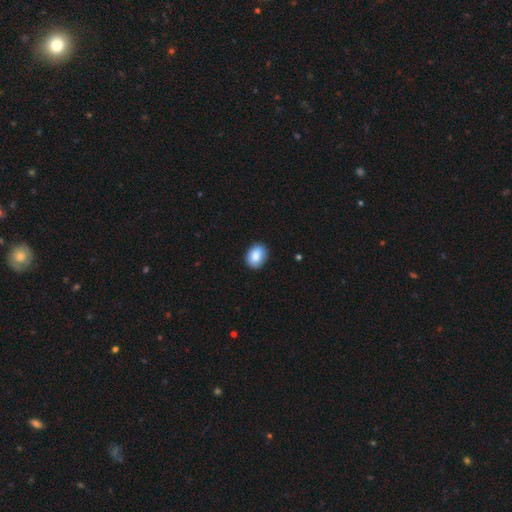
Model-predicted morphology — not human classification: Overall: smooth (84%). How rounded: in between (66%; round 33%). Merging: none (87%).